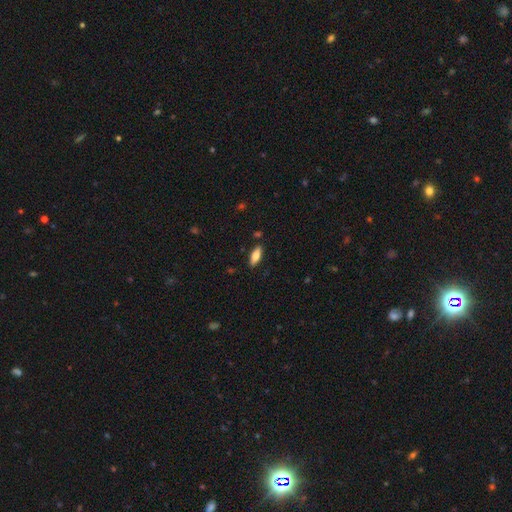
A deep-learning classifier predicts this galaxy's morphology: The model was most divided on "how rounded": in between: 72%, cigar-shaped: 26%, round: 2%. More confident: merging — none (87%); smooth or featured — smooth (75%).